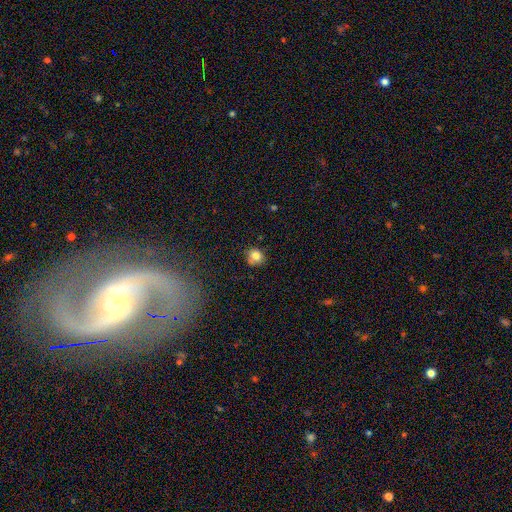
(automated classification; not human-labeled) smooth-or-featured: smooth: 80% | star or artifact: 11% | featured or disk: 9%
  how-rounded: round: 77% | in between: 22% | cigar-shaped: 1%
  merging: none: 72% | minor disturbance: 18% | merger: 6% | major disturbance: 4%